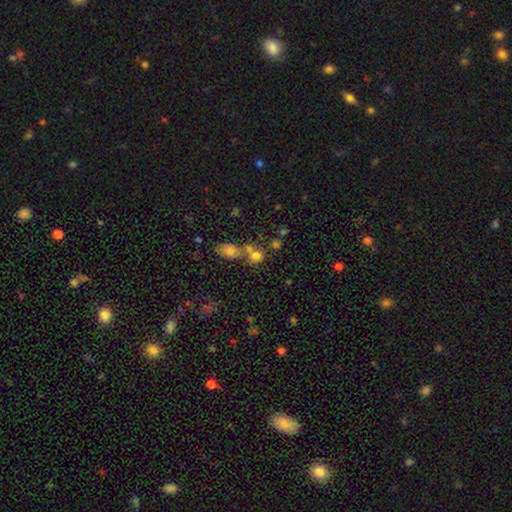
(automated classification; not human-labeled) Overall: smooth (74%). How rounded: round (77%). Merging: none (48%; merger 38%).